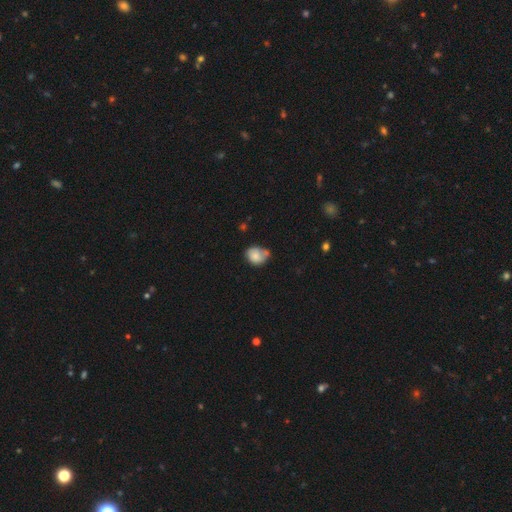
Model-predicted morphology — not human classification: smooth 77%, featured or disk 14%, star or artifact 9%. Down the decision tree: how rounded — round (50%); merging — none (41%).